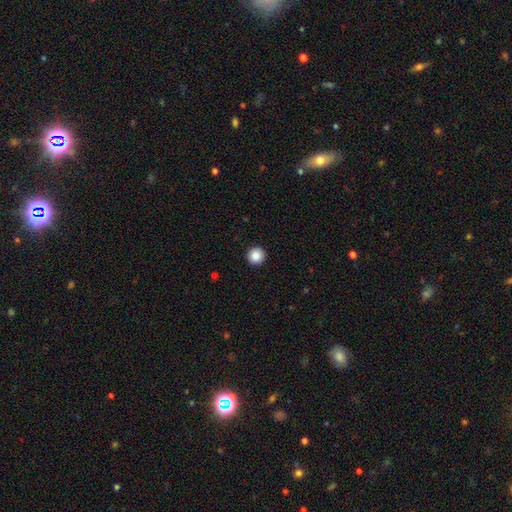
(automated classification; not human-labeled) A smooth galaxy with no disk features (87%) that is round (95%).

Vote fractions:
- Smooth or featured? smooth: 87% / star or artifact: 9% / featured or disk: 3%
- How rounded? round: 95% / in between: 4% / cigar-shaped: 1%
- Merging? none: 94% / minor disturbance: 4% / major disturbance: 1% / merger: 1%